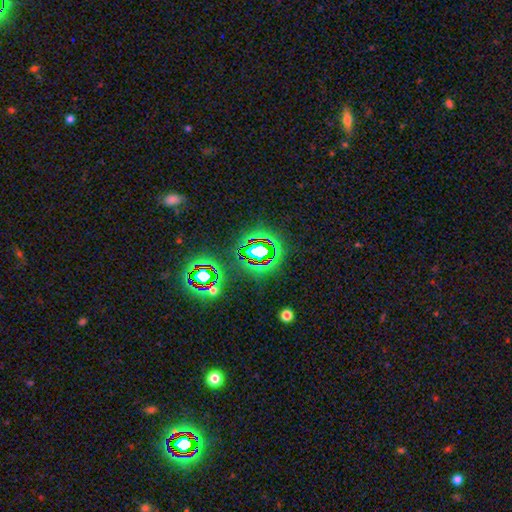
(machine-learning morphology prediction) Smooth or featured? Predicted: star or artifact (p=0.71).